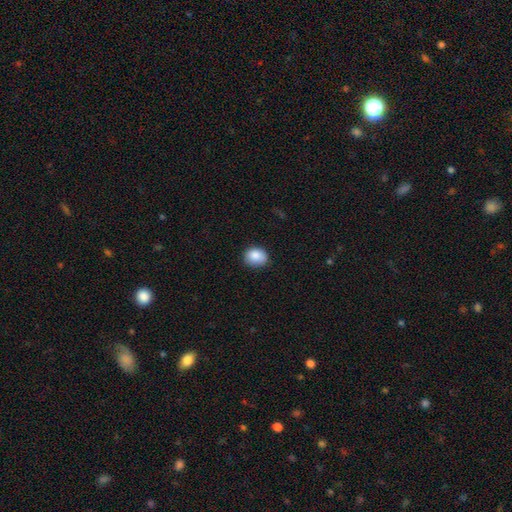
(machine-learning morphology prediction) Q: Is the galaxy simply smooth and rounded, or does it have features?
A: smooth — 87%.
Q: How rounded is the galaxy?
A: round — 59%.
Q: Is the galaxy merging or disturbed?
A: none — 78%.